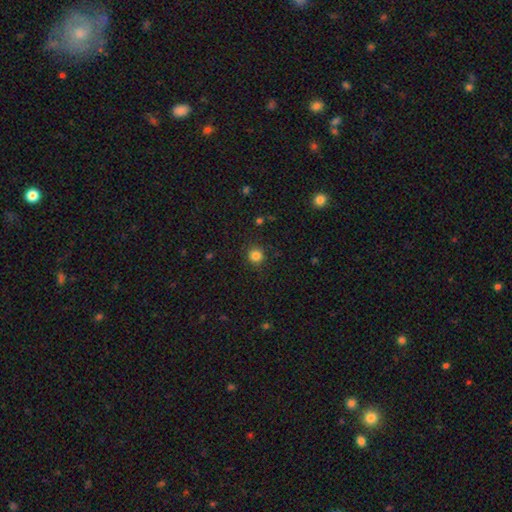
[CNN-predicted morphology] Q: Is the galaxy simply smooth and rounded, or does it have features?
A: smooth — 84%.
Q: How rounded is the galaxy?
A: round — 92%.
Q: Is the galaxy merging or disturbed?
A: none — 89%.